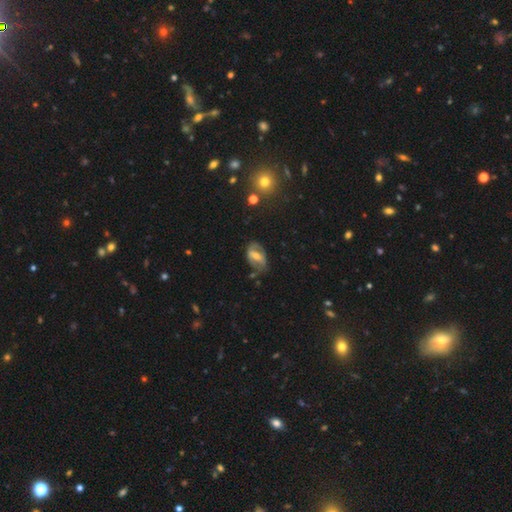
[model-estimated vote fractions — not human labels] smooth-or-featured: featured or disk: 57% | smooth: 35% | star or artifact: 8%
  disk-edge-on: no: 91% | yes: 9%
    bar: strong: 44% | weak: 35% | no: 20%
    has-spiral-arms: no: 52% | yes: 48%
    bulge-size: moderate: 57% | small: 34% | large: 5% | none: 3% | dominant: 1%
  merging: none: 61% | minor disturbance: 25% | major disturbance: 11% | merger: 3%